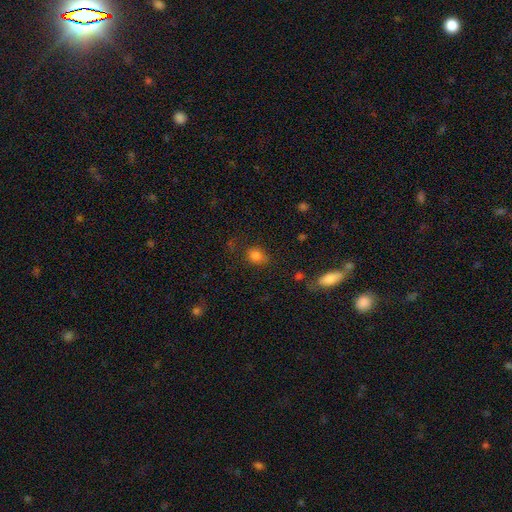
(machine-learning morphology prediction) This is clearly a smooth galaxy (80%). How rounded: likely round (67%). Merging: likely none (69%).